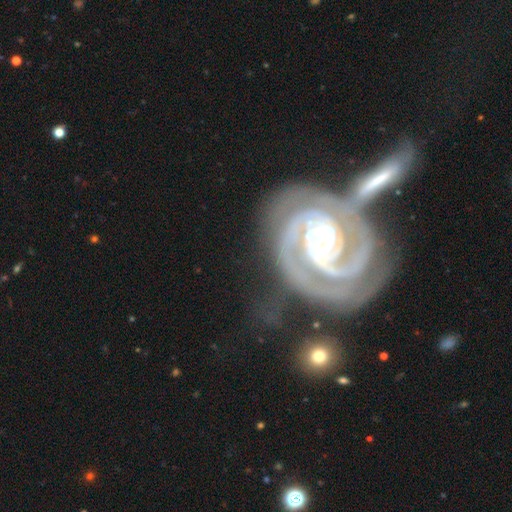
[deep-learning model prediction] Q: Smooth or featured?
A: featured or disk (92%); runner-up: star or artifact (5%)
Q: Edge-on disk?
A: no (97%); runner-up: yes (3%)
Q: Bar?
A: strong (38%); runner-up: weak (37%)
Q: Spiral arms?
A: yes (98%); runner-up: no (2%)
Q: Spiral winding?
A: tight (74%); runner-up: medium (23%)
Q: Spiral arm count?
A: 2 (65%); runner-up: 3 (17%)
Q: Bulge size?
A: small (44%); runner-up: moderate (41%)
Q: Merging?
A: merger (39%); tied with: none (39%)